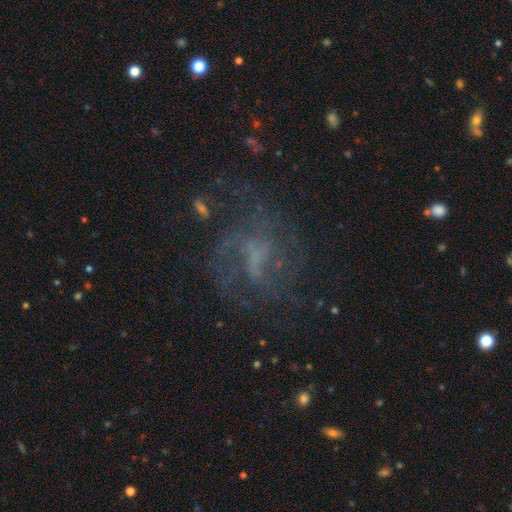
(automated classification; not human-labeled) A featured or disk galaxy (64%) with no bar (45%), spiral arms (71%) and no central bulge (56%). Merging: none (57%).